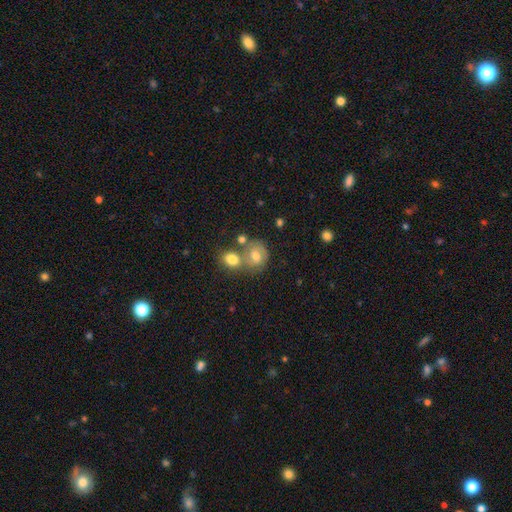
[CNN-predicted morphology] This appears to be a smooth galaxy with no disk features (58%) that is round (63%). Merging: merger (40%).